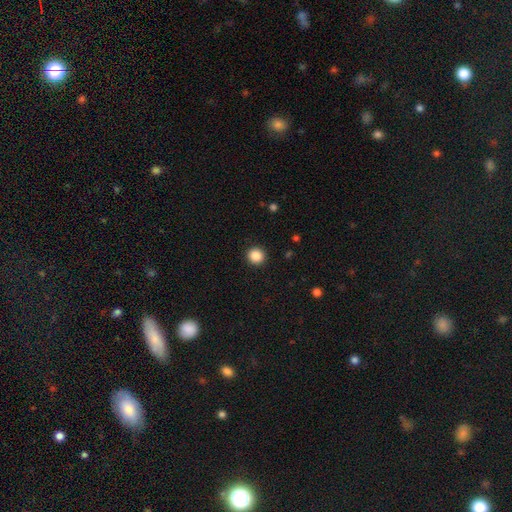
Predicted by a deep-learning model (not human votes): smooth_or_featured: smooth (p=0.87) [alt: star or artifact p=0.10]
how_rounded: round (p=0.94) [alt: in between p=0.05]
merging: none (p=0.92) [alt: minor disturbance p=0.05]